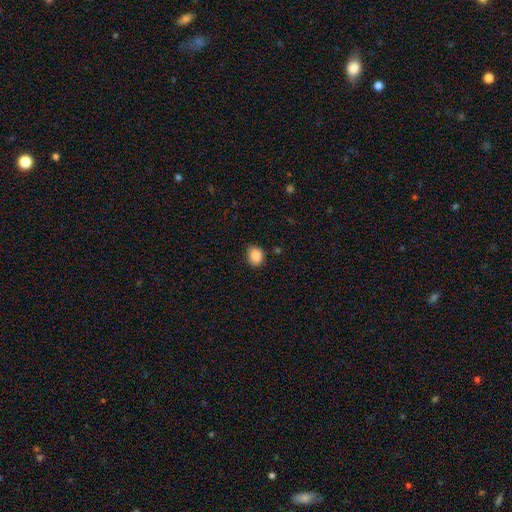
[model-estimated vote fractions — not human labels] A smooth galaxy with no disk features (88%) that is round (54%).

Vote fractions:
- Smooth or featured? smooth: 88% / star or artifact: 9% / featured or disk: 3%
- How rounded? round: 54% / in between: 45% / cigar-shaped: 1%
- Merging? none: 82% / minor disturbance: 14% / major disturbance: 3% / merger: 2%